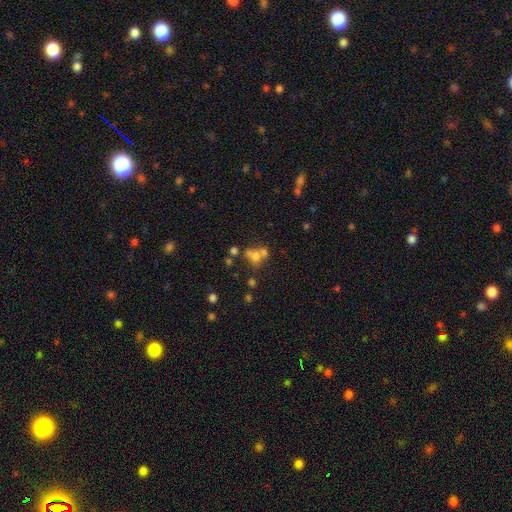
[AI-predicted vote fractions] Smooth or featured: smooth — 59% (featured or disk — 22%)
How rounded: round — 62% (in between — 36%)
Merging: merger — 48% (none — 35%)